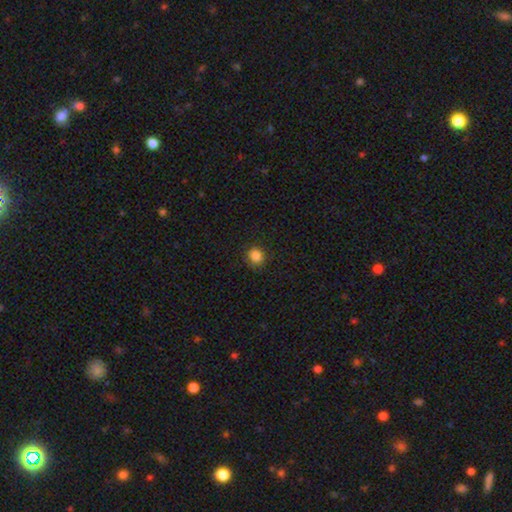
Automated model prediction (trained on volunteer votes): The model was most divided on "how rounded": round: 85%, in between: 14%, cigar-shaped: 1%. More confident: merging — none (86%); smooth or featured — smooth (84%).